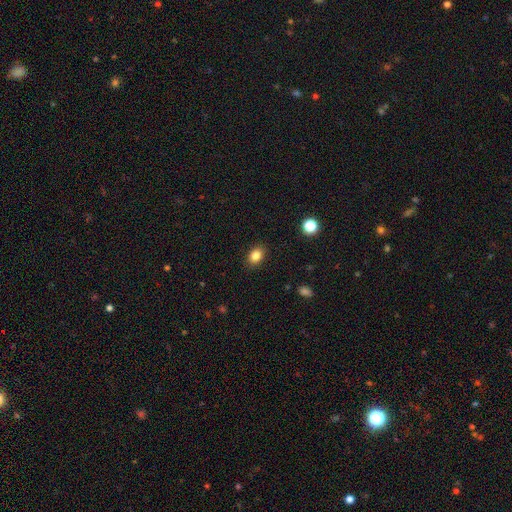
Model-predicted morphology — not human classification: Smooth or featured? Predicted: smooth (p=0.84). How rounded? Predicted: in between (p=0.72). Merging? Predicted: none (p=0.87).